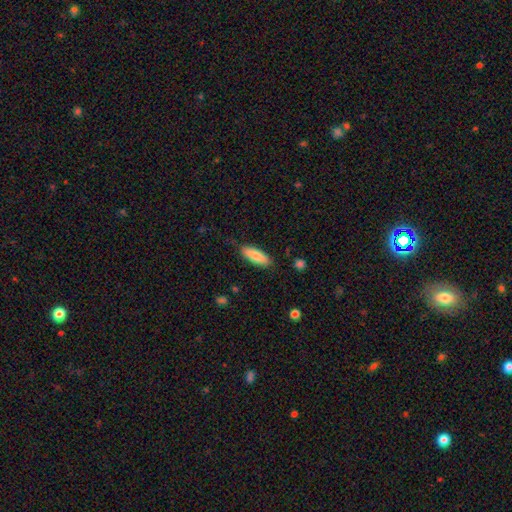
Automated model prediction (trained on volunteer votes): Overall: smooth (85%). How rounded: in between (54%; cigar-shaped 44%). Merging: none (84%).